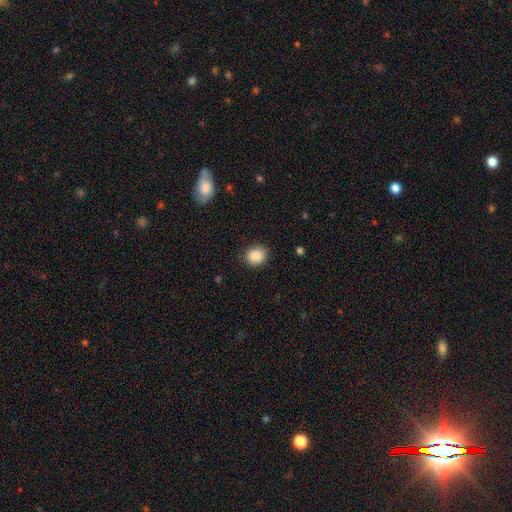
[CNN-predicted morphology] Smooth or featured? smooth (88%)
How rounded? round (68%)
Merging? none (84%)